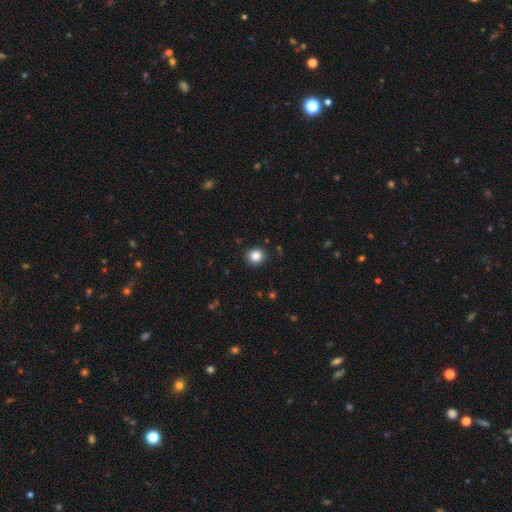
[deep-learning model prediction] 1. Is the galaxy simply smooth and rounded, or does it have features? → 85% smooth, 11% star or artifact, 4% featured or disk.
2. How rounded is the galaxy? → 88% round, 11% in between, 1% cigar-shaped.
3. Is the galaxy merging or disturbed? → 91% none, 6% minor disturbance, 2% major disturbance, 1% merger.